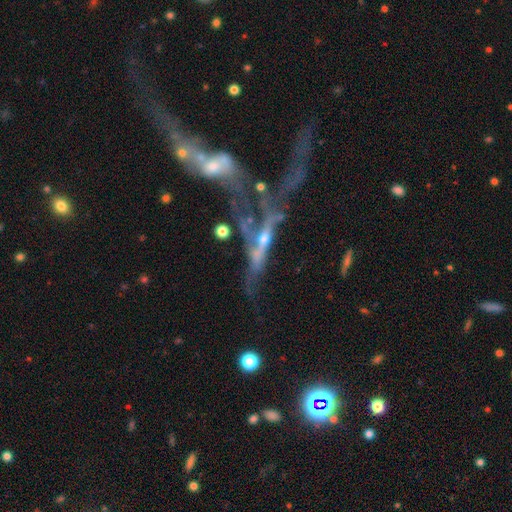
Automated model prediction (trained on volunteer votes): featured or disk 69%, smooth 17%, star or artifact 14%. Down the decision tree: edge-on disk — no (54%); merging — merger (52%).